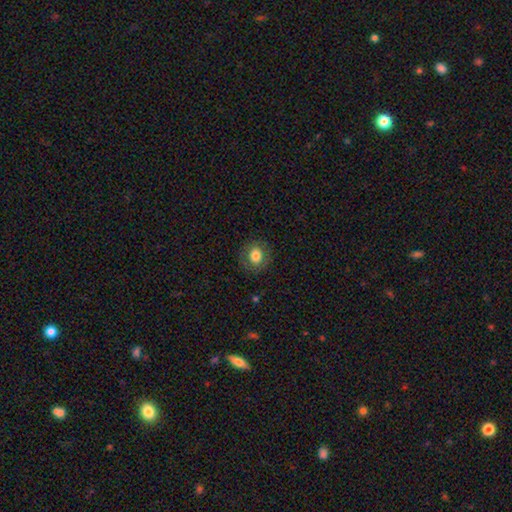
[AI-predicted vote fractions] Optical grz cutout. It shows a smooth galaxy with no disk features (73%) that is round (75%). Merging: none (84%).